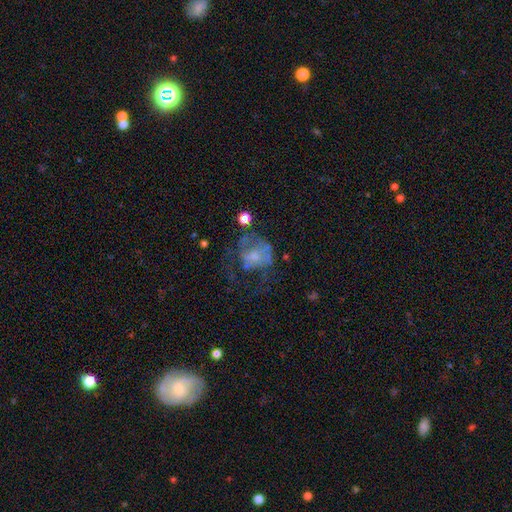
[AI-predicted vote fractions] Smooth or featured? featured or disk (47%)
Merging? major disturbance (47%)